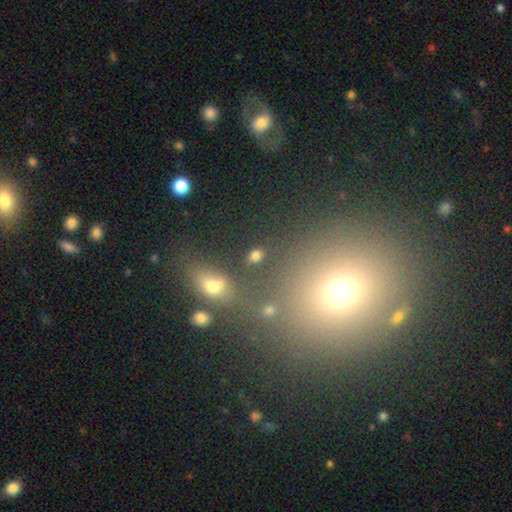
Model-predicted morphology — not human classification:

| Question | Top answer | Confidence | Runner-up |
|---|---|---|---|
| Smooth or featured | smooth | 74% | star or artifact (18%) |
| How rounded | in between | 71% | round (26%) |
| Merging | none | 80% | minor disturbance (10%) |